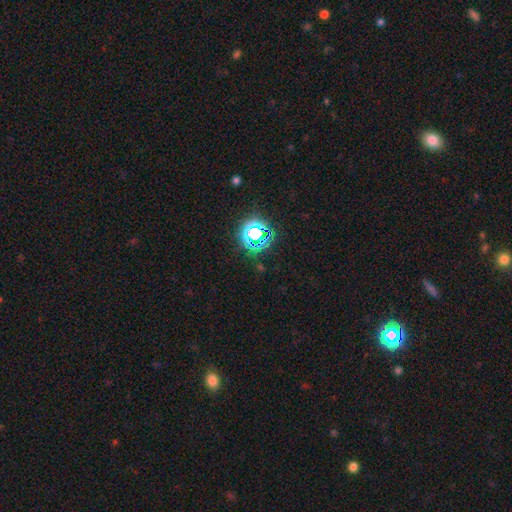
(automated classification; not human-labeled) star or artifact 75%, smooth 18%, featured or disk 7%.